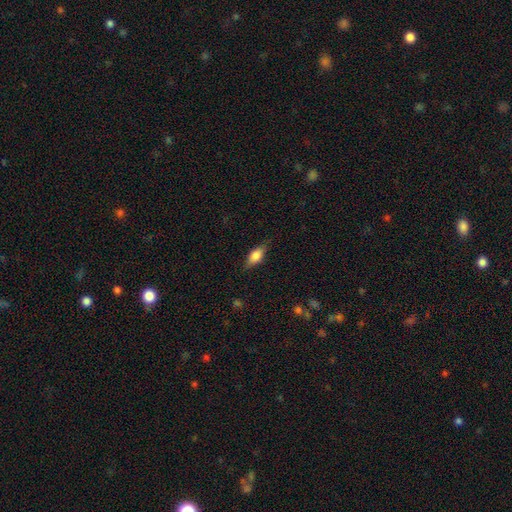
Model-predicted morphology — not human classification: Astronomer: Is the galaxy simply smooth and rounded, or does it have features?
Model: smooth — 72%.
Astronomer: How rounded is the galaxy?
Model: in between — 80%.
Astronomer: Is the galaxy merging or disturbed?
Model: none — 79%.